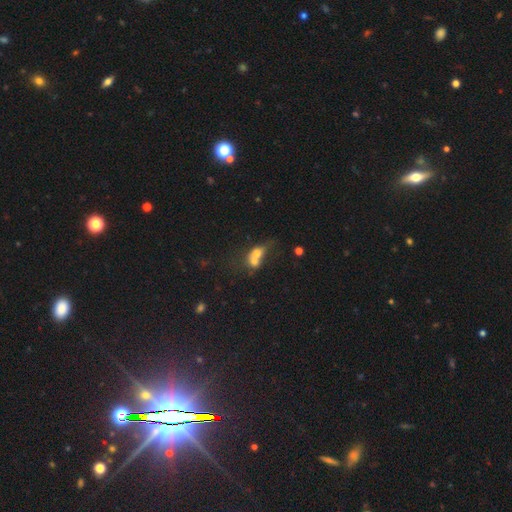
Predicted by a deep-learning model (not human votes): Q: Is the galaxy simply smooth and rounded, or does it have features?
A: smooth — 61%.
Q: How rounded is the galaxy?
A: in between — 50%.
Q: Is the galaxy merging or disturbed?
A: merger — 71%.